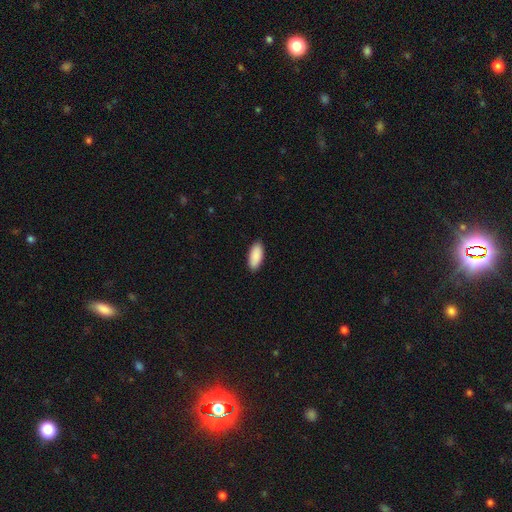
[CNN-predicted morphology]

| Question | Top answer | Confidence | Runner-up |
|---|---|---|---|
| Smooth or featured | smooth | 91% | star or artifact (6%) |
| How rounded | in between | 88% | cigar-shaped (10%) |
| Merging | none | 90% | minor disturbance (8%) |